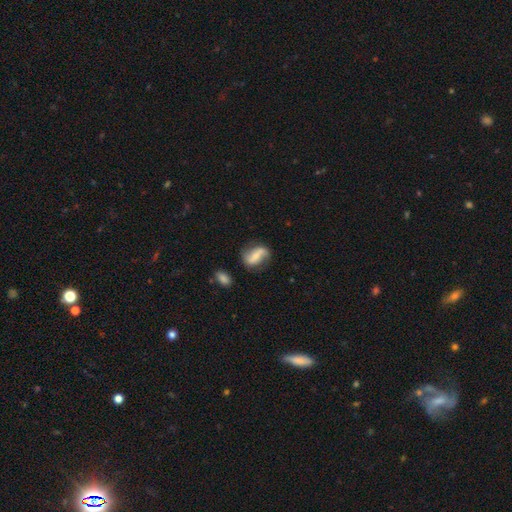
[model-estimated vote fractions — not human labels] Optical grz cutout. It shows a featured or disk galaxy (59%) with a strong bar (40%), spiral arms (85%) and a small central bulge (47%). Merging: none (65%).